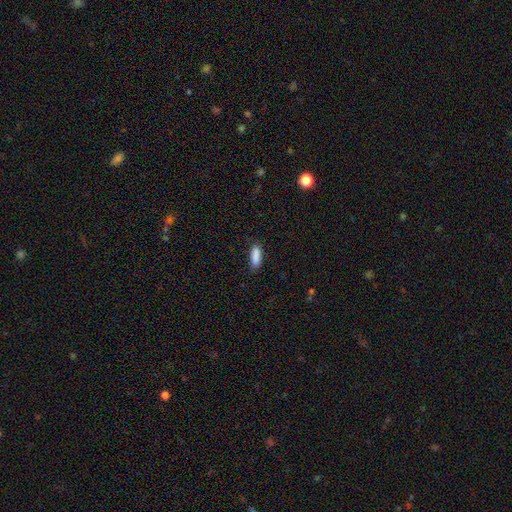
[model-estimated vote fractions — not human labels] This is clearly a smooth galaxy (89%). How rounded: possibly in between (55%). Merging: clearly none (83%).